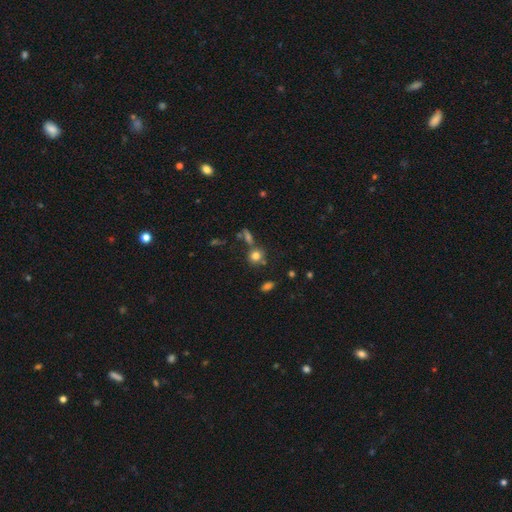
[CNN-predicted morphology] Q: Smooth or featured?
A: smooth (76%); runner-up: star or artifact (15%)
Q: How rounded?
A: round (80%); runner-up: in between (18%)
Q: Merging?
A: none (65%); runner-up: merger (18%)